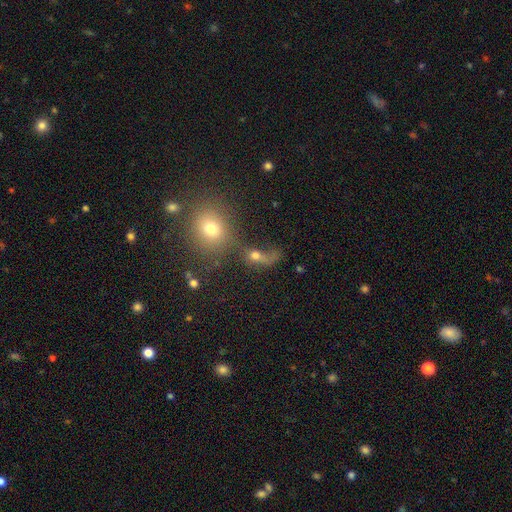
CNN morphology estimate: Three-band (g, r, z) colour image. It shows a smooth galaxy with no disk features (58%) that is round (50%). Merging: merger (39%).